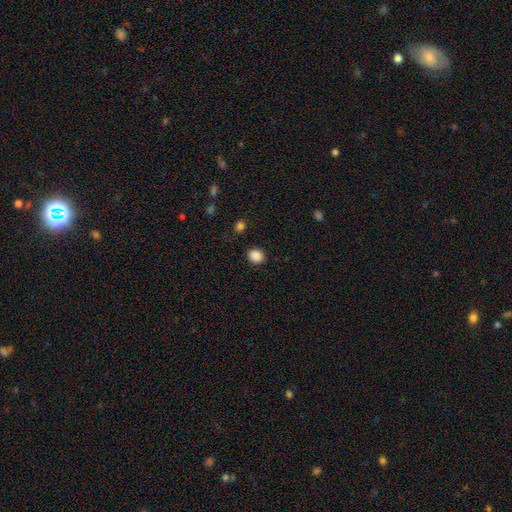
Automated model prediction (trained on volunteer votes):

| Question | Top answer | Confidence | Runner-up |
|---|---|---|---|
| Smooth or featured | smooth | 88% | star or artifact (10%) |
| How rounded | round | 68% | in between (32%) |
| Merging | none | 88% | minor disturbance (8%) |